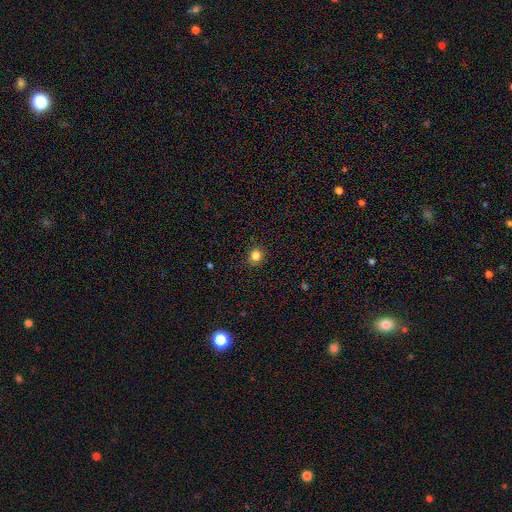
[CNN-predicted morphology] Q: Smooth or featured?
A: smooth (84%); runner-up: star or artifact (12%)
Q: How rounded?
A: round (88%); runner-up: in between (11%)
Q: Merging?
A: none (91%); runner-up: minor disturbance (6%)